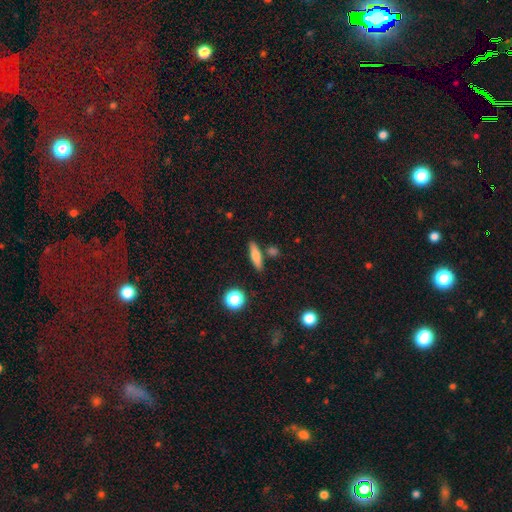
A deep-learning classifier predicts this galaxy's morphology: smooth 69%, featured or disk 23%, star or artifact 9%. Down the decision tree: how rounded — cigar-shaped (64%); merging — none (82%).